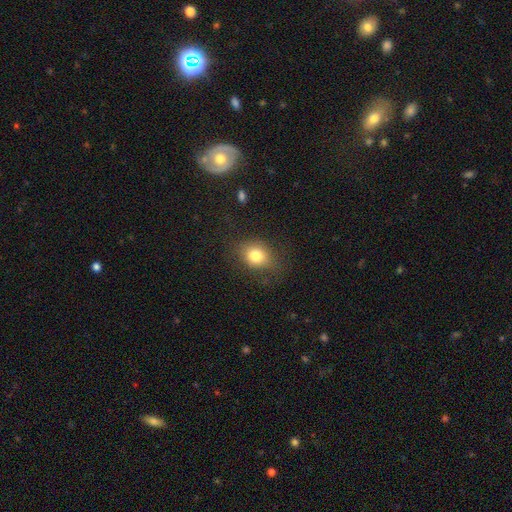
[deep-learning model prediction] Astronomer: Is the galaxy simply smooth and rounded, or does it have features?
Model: smooth — 79%.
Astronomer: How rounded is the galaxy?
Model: round — 53% (runner-up: in between, 46%).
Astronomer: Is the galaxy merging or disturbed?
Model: none — 73%.